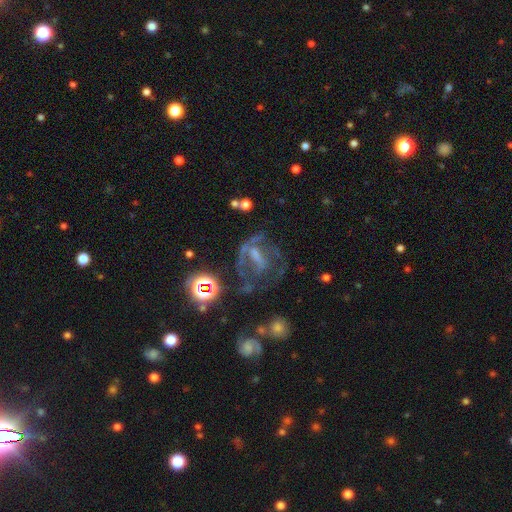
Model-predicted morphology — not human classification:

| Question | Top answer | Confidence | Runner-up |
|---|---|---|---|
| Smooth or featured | featured or disk | 60% | star or artifact (23%) |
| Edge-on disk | no | 94% | yes (6%) |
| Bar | no | 34% | weak (33%) |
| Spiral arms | yes | 54% | no (46%) |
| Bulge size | none | 38% | small (27%) |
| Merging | none | 42% | major disturbance (34%) |